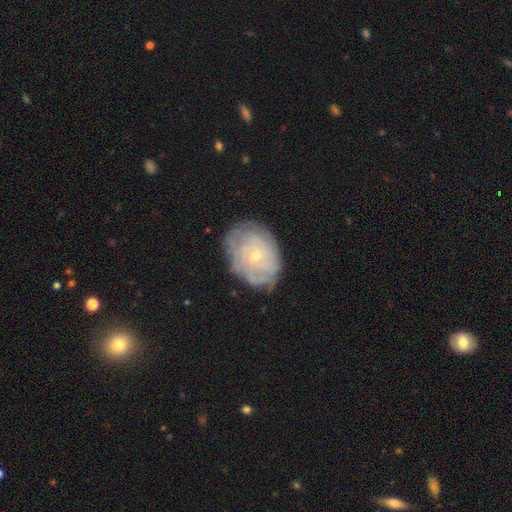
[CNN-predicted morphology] A featured or disk galaxy (60%) with no bar (84%), spiral arms (61%) and a small central bulge (75%). Merging: none (72%).